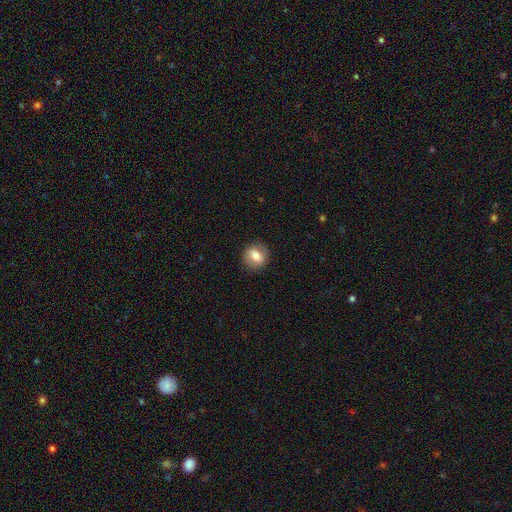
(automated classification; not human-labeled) A smooth galaxy with no disk features (72%) that is round (75%). Merging: none (87%).